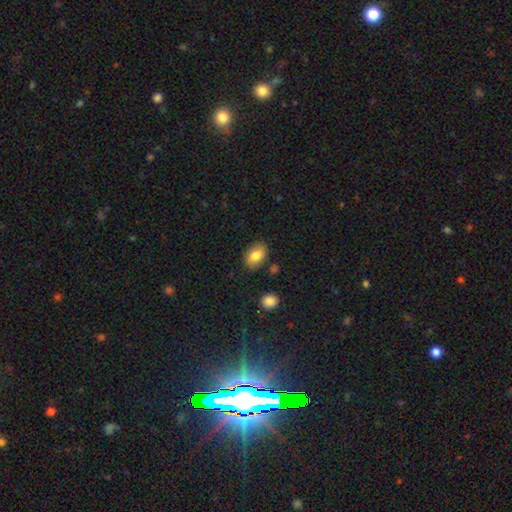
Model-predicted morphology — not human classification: smooth_or_featured: smooth (p=0.82) [alt: featured or disk p=0.11]
how_rounded: in between (p=0.87) [alt: round p=0.12]
merging: none (p=0.82) [alt: minor disturbance p=0.13]